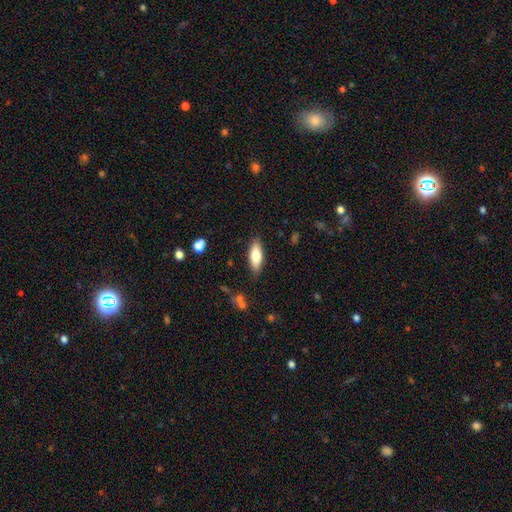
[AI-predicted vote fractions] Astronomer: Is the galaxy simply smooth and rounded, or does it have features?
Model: smooth — 73%.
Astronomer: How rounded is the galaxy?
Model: in between — 67%.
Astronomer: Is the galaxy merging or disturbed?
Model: none — 86%.